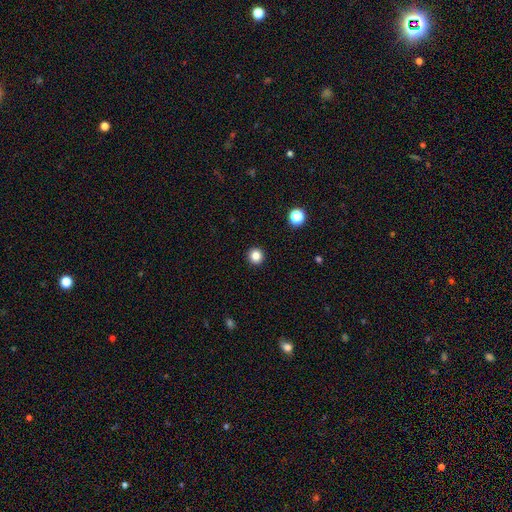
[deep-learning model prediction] Smooth or featured? smooth (83%)
How rounded? round (96%)
Merging? none (94%)